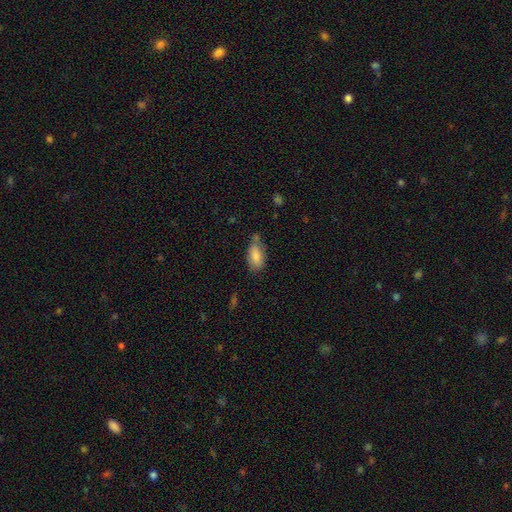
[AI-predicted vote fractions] Morphology: type=smooth (81%); roundness=in between (90%); merging=none (61%).